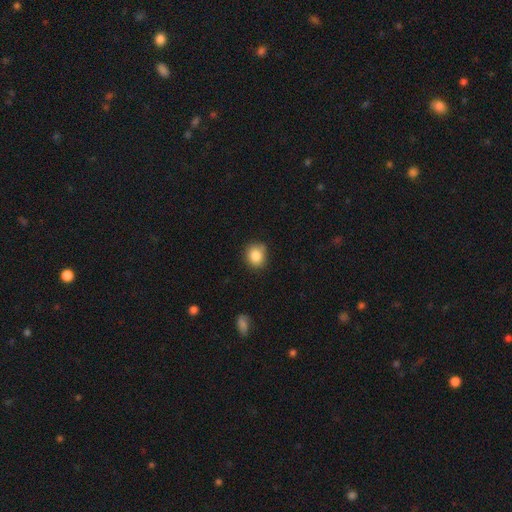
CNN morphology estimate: type=smooth (85%); roundness=round (78%); merging=none (76%).